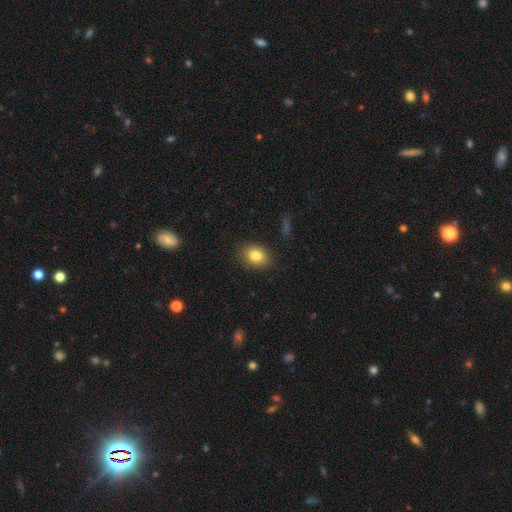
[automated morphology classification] Smooth or featured: smooth — 82% (star or artifact — 10%)
How rounded: in between — 61% (round — 38%)
Merging: none — 87% (minor disturbance — 9%)